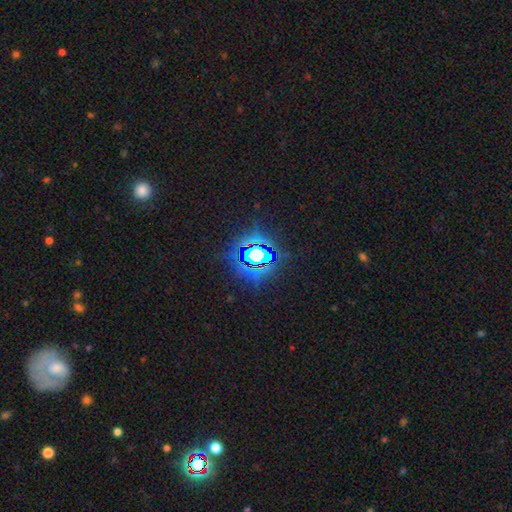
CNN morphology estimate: Smooth or featured?
  - star or artifact: 74% *
  - smooth: 15%
  - featured or disk: 11%